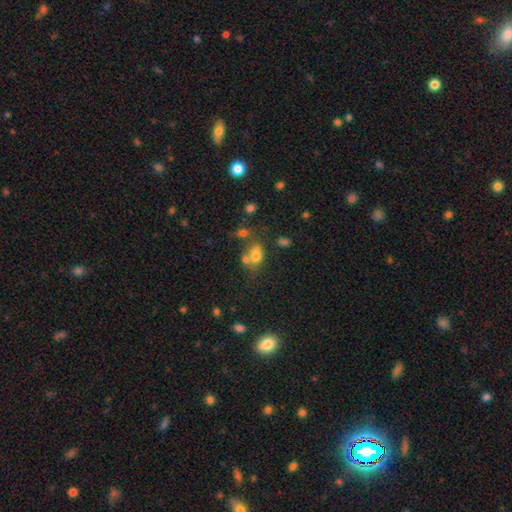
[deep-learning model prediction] smooth-or-featured: smooth: 67% | featured or disk: 17% | star or artifact: 15%
  how-rounded: in between: 59% | round: 39% | cigar-shaped: 2%
  merging: merger: 39% | none: 38% | minor disturbance: 15% | major disturbance: 9%